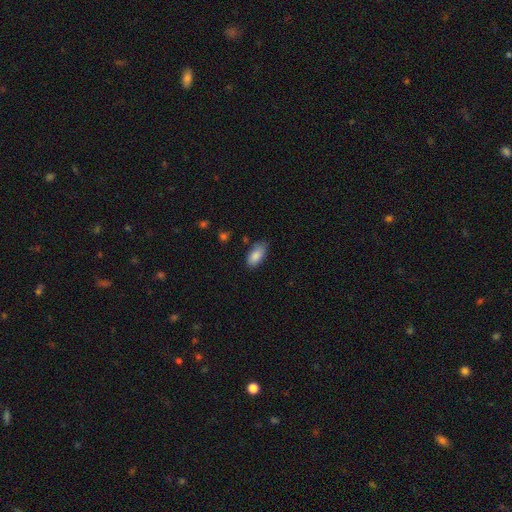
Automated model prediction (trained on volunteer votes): Smooth or featured? smooth (86%)
How rounded? in between (91%)
Merging? none (72%)